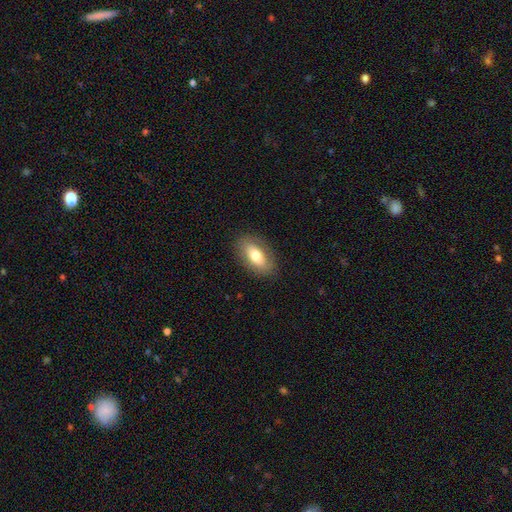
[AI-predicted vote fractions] This appears to be a smooth galaxy with no disk features (68%) that is in between round and cigar-shaped (90%). Merging: none (85%).